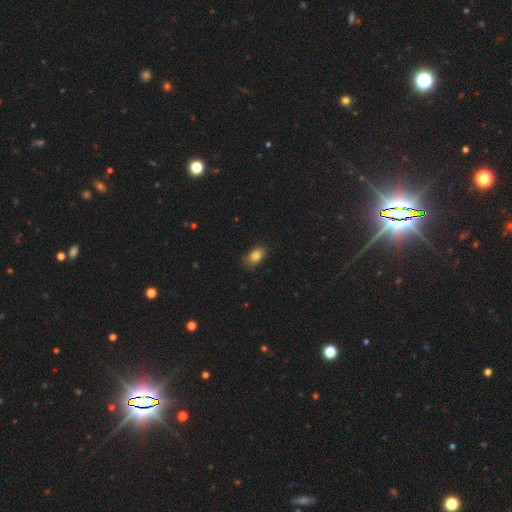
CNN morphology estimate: A smooth galaxy with no disk features (85%) that is in between round and cigar-shaped (84%). Merging: none (80%).